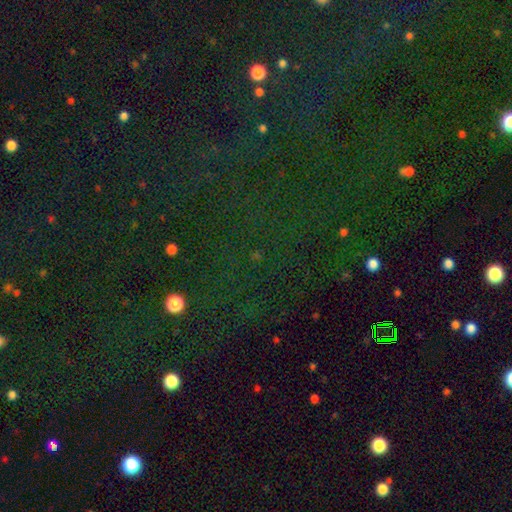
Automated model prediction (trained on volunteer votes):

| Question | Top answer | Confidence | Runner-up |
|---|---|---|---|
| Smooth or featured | star or artifact | 77% | smooth (15%) |